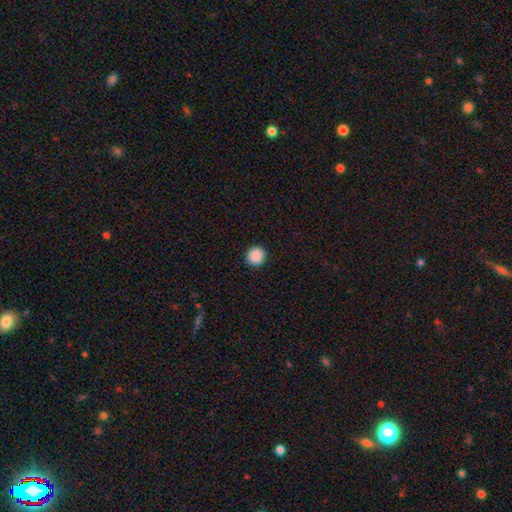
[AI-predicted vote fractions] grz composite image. It shows a smooth galaxy with no disk features (89%) that is round (94%). Merging: none (93%).